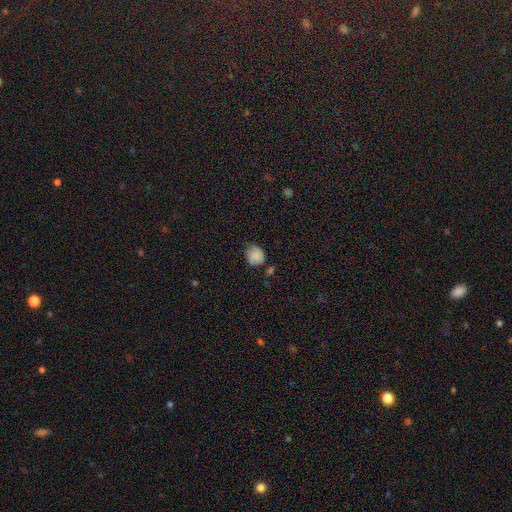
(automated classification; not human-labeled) smooth 83%, star or artifact 10%, featured or disk 7%. Down the decision tree: how rounded — round (75%); merging — none (61%).